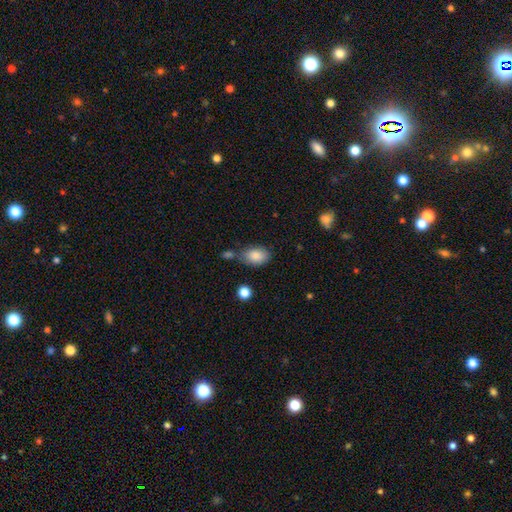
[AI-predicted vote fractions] A smooth galaxy with no disk features (86%) that is in between round and cigar-shaped (88%).

Vote fractions:
- Smooth or featured? smooth: 86% / star or artifact: 7% / featured or disk: 7%
- How rounded? in between: 88% / round: 11% / cigar-shaped: 1%
- Merging? none: 59% / minor disturbance: 21% / merger: 14% / major disturbance: 6%